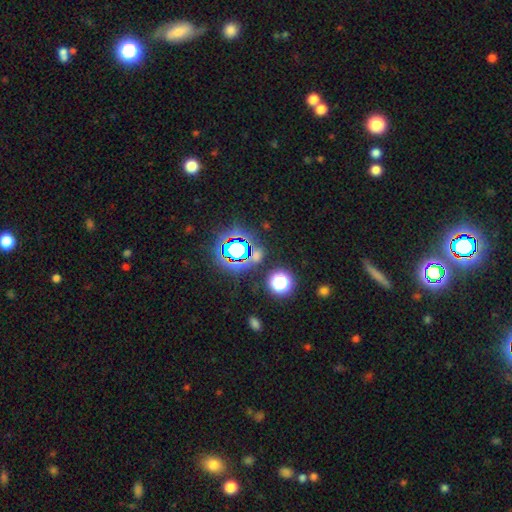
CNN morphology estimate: This is likely a star or artifact rather than a galaxy (65%).